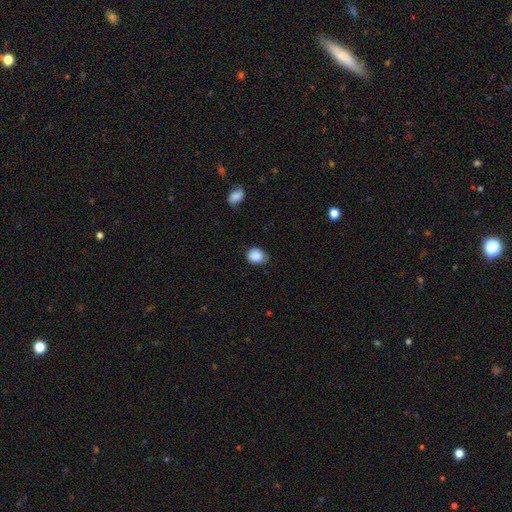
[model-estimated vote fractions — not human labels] smooth-or-featured: smooth: 88% | star or artifact: 8% | featured or disk: 4%
  how-rounded: round: 55% | in between: 44% | cigar-shaped: 1%
  merging: none: 65% | minor disturbance: 29% | major disturbance: 5% | merger: 2%